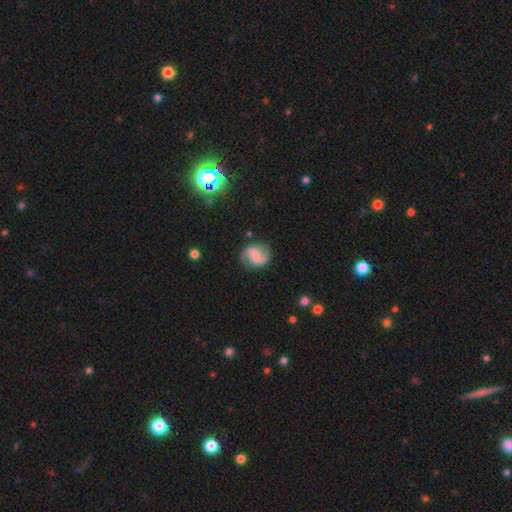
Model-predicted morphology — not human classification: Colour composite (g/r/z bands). It shows a featured or disk galaxy (69%) with a weak bar (45%), 2 (89%) medium (43%) spiral arms (93%) and a small central bulge (48%). Merging: none (79%).